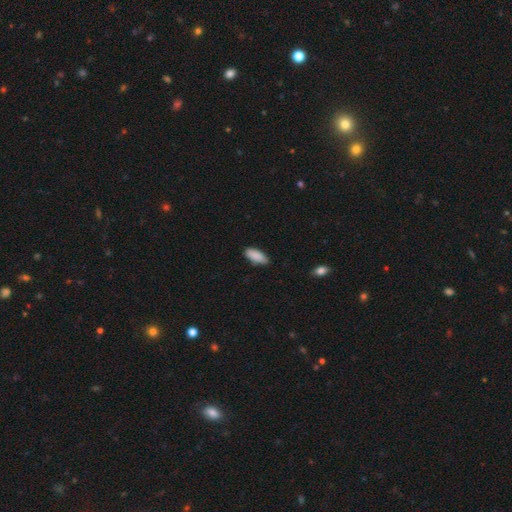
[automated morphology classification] type=smooth (89%); roundness=in between (84%); merging=none (81%).